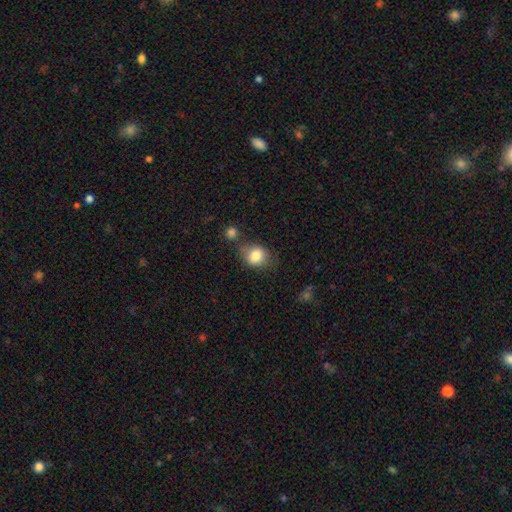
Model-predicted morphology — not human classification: Q: Smooth or featured?
A: smooth (82%); runner-up: featured or disk (9%)
Q: How rounded?
A: round (60%); runner-up: in between (39%)
Q: Merging?
A: none (61%); runner-up: minor disturbance (20%)